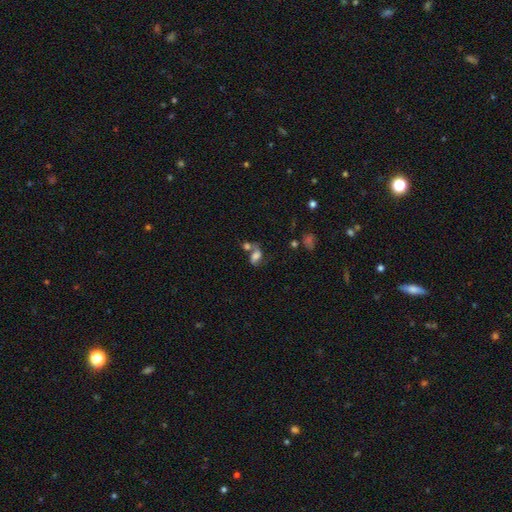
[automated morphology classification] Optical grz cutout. It shows a smooth galaxy with no disk features (59%) that is in between round and cigar-shaped (82%). Merging: merger (43%).